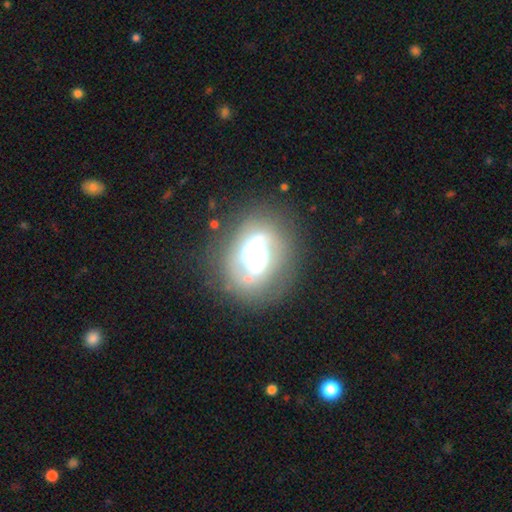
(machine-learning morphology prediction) Q: Smooth or featured?
A: featured or disk (77%); runner-up: smooth (16%)
Q: Edge-on disk?
A: no (97%); runner-up: yes (3%)
Q: Bar?
A: no (53%); runner-up: weak (33%)
Q: Spiral arms?
A: yes (88%); runner-up: no (12%)
Q: Spiral winding?
A: medium (45%); runner-up: tight (29%)
Q: Spiral arm count?
A: 2 (80%); runner-up: can't tell (8%)
Q: Bulge size?
A: moderate (48%); runner-up: large (35%)
Q: Merging?
A: none (74%); runner-up: minor disturbance (15%)